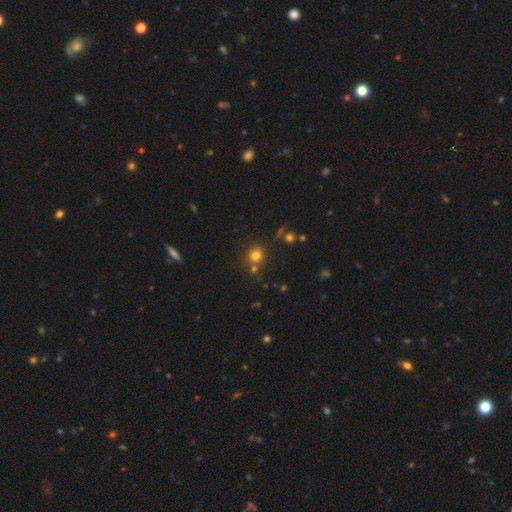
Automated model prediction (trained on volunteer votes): Smooth or featured?
  - smooth: 76% *
  - star or artifact: 16%
  - featured or disk: 8%
How rounded?
  - round: 85% *
  - in between: 14%
  - cigar-shaped: 1%
Merging?
  - none: 72% *
  - merger: 14%
  - minor disturbance: 10%
  - major disturbance: 3%